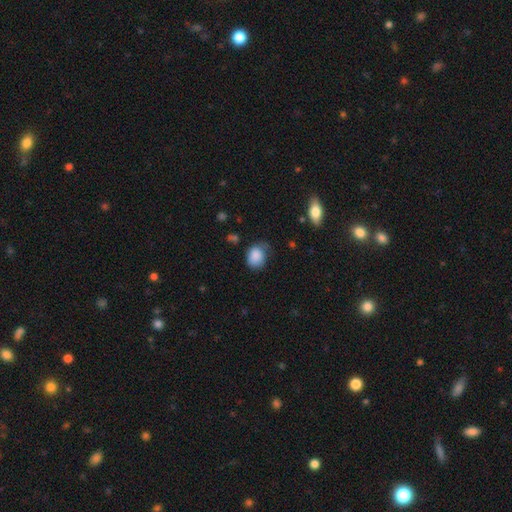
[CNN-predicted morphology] This appears to be a smooth galaxy with no disk features (86%) that is round (53%). Merging: none (52%).